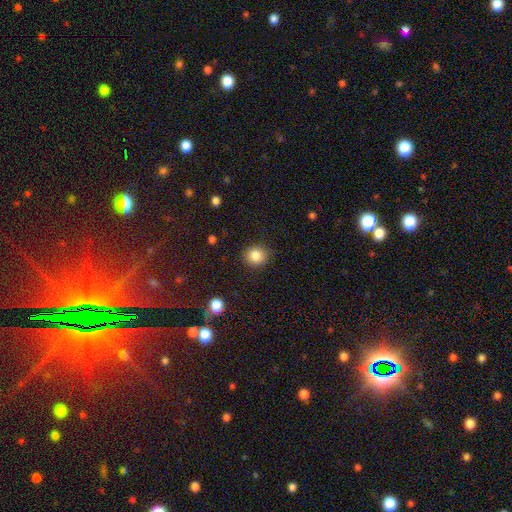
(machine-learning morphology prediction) This is clearly a smooth galaxy (84%). How rounded: clearly round (84%). Merging: clearly none (88%).